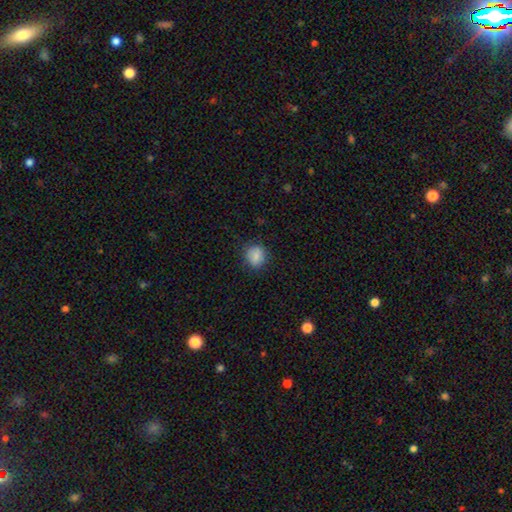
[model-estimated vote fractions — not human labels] Smooth or featured: smooth — 84% (star or artifact — 9%)
How rounded: round — 75% (in between — 24%)
Merging: none — 81% (minor disturbance — 14%)